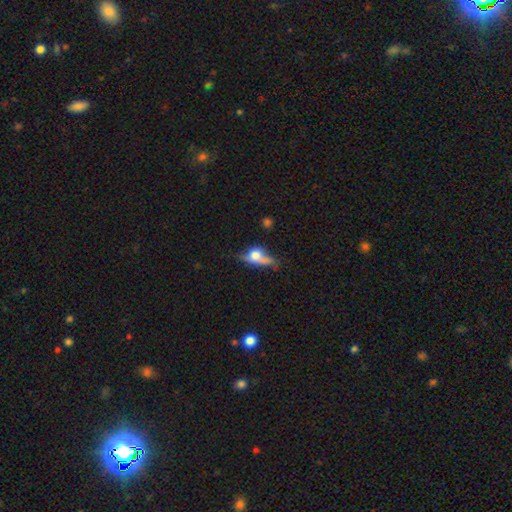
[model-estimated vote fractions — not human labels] Q: Smooth or featured?
A: smooth (48%); runner-up: featured or disk (41%)
Q: Merging?
A: none (41%); runner-up: minor disturbance (22%)